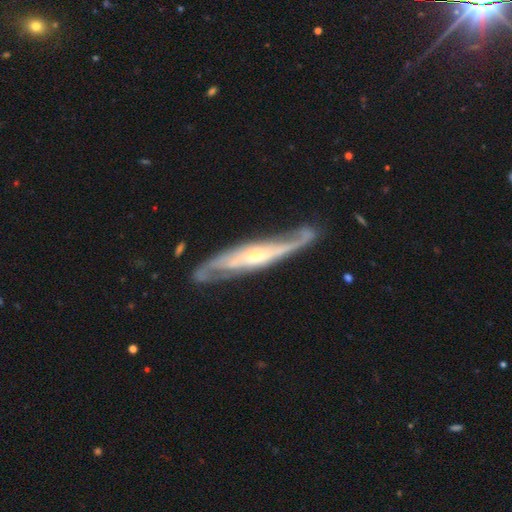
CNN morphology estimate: This appears to be a featured or disk galaxy (85%) with no bar (51%), 2 (82%) medium (42%) spiral arms (94%) and a small central bulge (58%). Merging: none (75%).